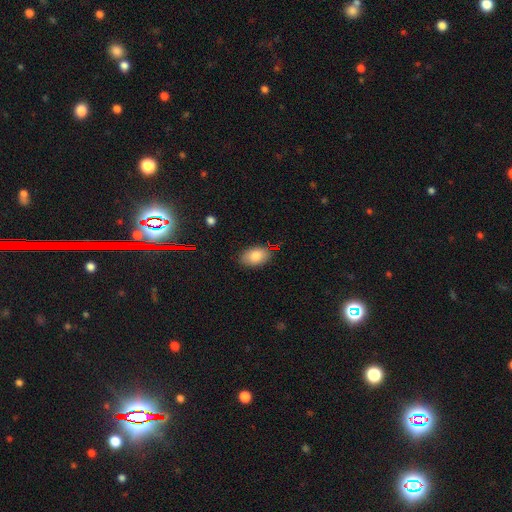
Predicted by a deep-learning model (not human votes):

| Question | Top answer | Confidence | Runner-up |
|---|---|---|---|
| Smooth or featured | smooth | 82% | star or artifact (9%) |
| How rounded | in between | 88% | round (10%) |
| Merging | none | 82% | minor disturbance (14%) |